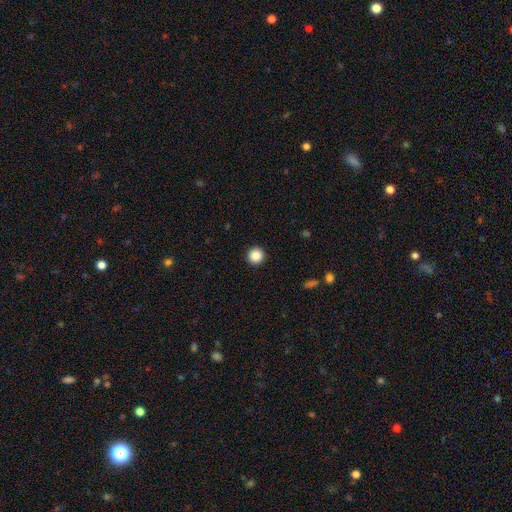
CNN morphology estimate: This appears to be a smooth galaxy with no disk features (87%) that is round (96%). Merging: none (93%).